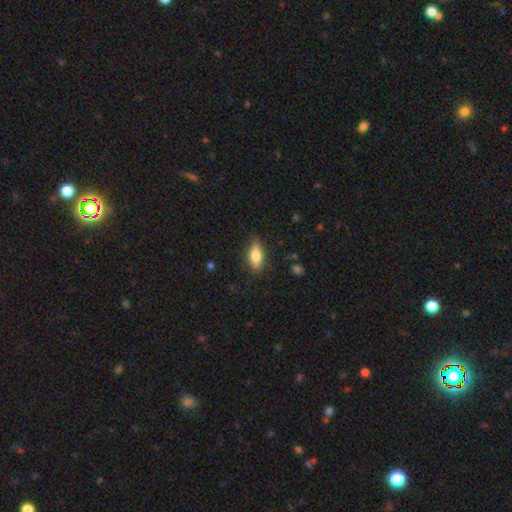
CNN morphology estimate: A smooth galaxy with no disk features (67%) that is in between round and cigar-shaped (67%).

Vote fractions:
- Smooth or featured? smooth: 67% / featured or disk: 26% / star or artifact: 7%
- How rounded? in between: 67% / cigar-shaped: 29% / round: 4%
- Merging? none: 83% / minor disturbance: 13% / major disturbance: 3% / merger: 1%